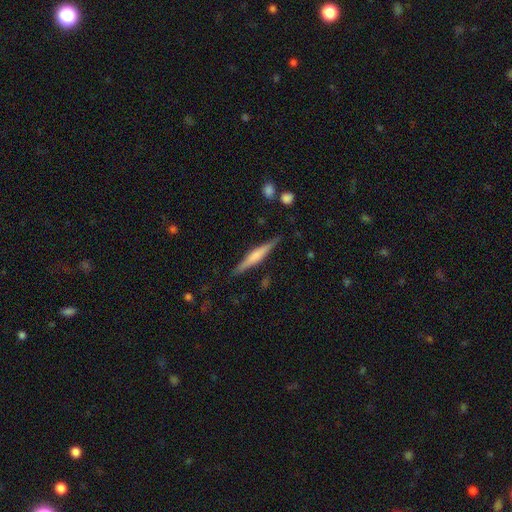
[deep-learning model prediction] Smooth or featured: featured or disk — 57% (smooth — 37%)
Edge-on disk: yes — 97% (no — 3%)
Edge-on bulge: rounded — 52% (boxy — 29%)
Merging: none — 88% (minor disturbance — 9%)